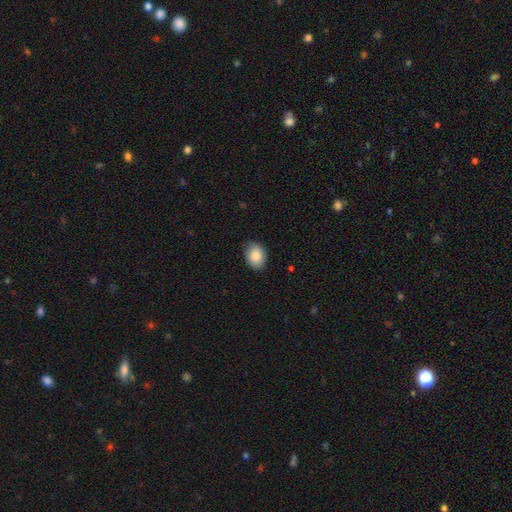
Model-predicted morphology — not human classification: This appears to be a smooth galaxy with no disk features (87%) that is in between round and cigar-shaped (70%). Merging: none (83%).